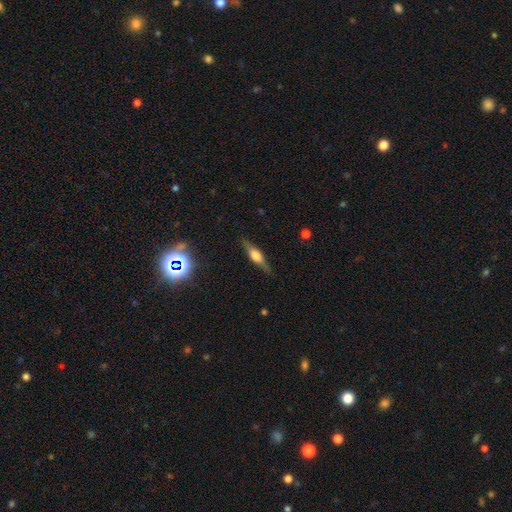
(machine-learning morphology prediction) A featured or disk galaxy (65%) viewed edge-on (95%) with a rounded central bulge (82%).

Vote fractions:
- Smooth or featured? featured or disk: 65% / smooth: 27% / star or artifact: 8%
- Edge-on disk? yes: 95% / no: 5%
- Edge-on bulge? rounded: 82% / boxy: 15% / none: 3%
- Merging? none: 85% / minor disturbance: 11% / major disturbance: 3% / merger: 1%